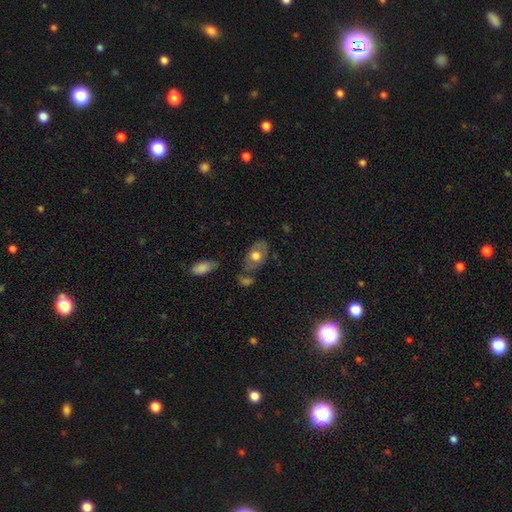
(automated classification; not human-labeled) smooth 58%, featured or disk 36%, star or artifact 7%. Down the decision tree: how rounded — in between (88%); merging — none (63%).